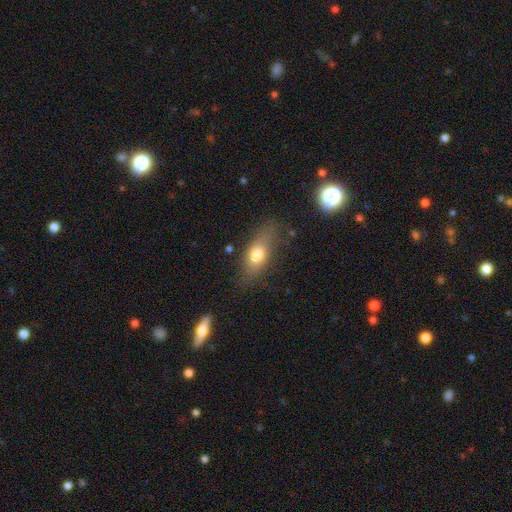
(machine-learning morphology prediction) smooth_or_featured: smooth (p=0.71) [alt: featured or disk p=0.20]
how_rounded: in between (p=0.74) [alt: cigar-shaped p=0.17]
merging: none (p=0.68) [alt: minor disturbance p=0.20]